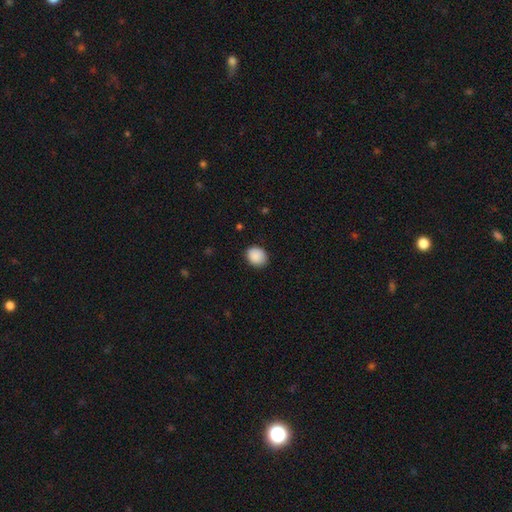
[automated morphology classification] smooth 90%, star or artifact 8%, featured or disk 3%. Down the decision tree: how rounded — round (62%); merging — none (86%).